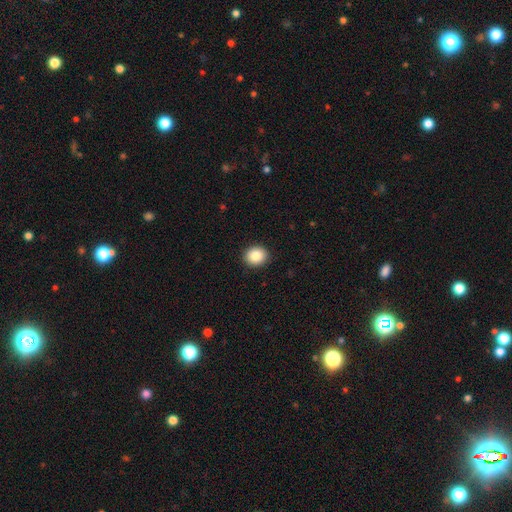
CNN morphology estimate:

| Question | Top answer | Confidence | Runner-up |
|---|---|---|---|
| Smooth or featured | smooth | 86% | star or artifact (9%) |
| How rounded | round | 75% | in between (24%) |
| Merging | none | 92% | minor disturbance (5%) |